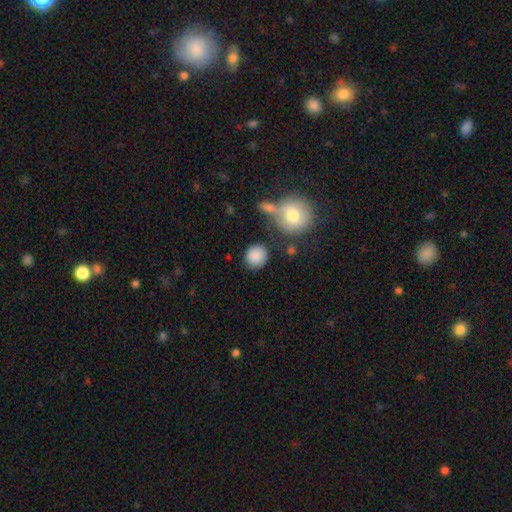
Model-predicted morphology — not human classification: A smooth galaxy with no disk features (87%) that is round (88%). Merging: none (78%).